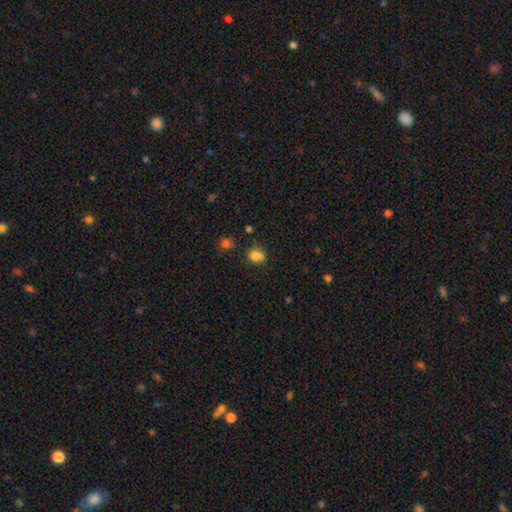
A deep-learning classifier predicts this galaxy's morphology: A smooth galaxy with no disk features (81%) that is in between round and cigar-shaped (53%). Merging: none (59%).